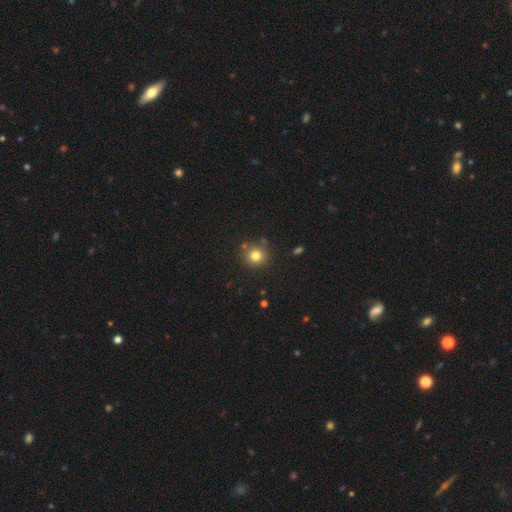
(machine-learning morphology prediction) smooth_or_featured: smooth (p=0.79) [alt: star or artifact p=0.14]
how_rounded: round (p=0.93) [alt: in between p=0.06]
merging: none (p=0.83) [alt: minor disturbance p=0.09]